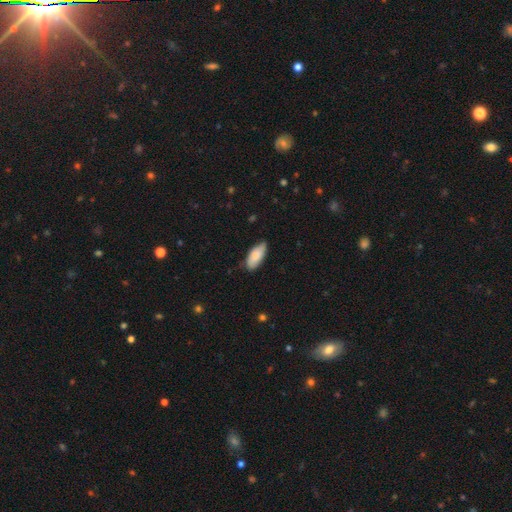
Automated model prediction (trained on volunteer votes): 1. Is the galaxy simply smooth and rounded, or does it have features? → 83% smooth, 11% featured or disk, 6% star or artifact.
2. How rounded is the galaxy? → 87% in between, 11% cigar-shaped, 2% round.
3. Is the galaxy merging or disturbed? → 73% none, 23% minor disturbance, 3% major disturbance, 1% merger.